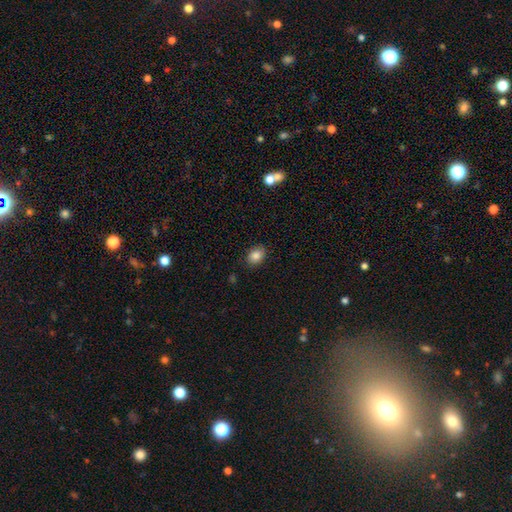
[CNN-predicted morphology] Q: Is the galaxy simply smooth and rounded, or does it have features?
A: smooth — 85%.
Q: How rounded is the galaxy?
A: in between — 66%.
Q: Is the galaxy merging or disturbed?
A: none — 87%.